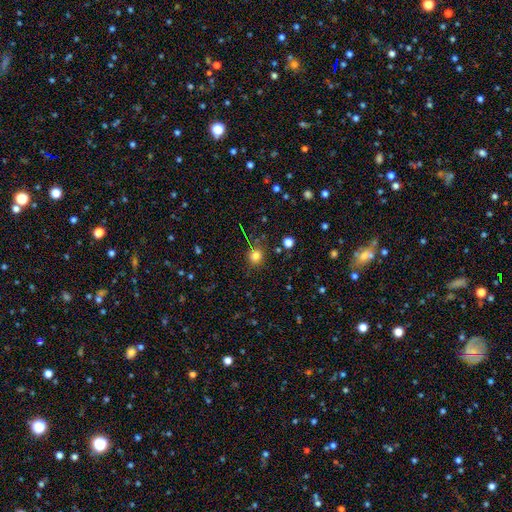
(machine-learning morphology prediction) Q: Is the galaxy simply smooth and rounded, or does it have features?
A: smooth — 78%.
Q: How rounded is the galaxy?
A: round — 86%.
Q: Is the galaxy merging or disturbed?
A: none — 82%.